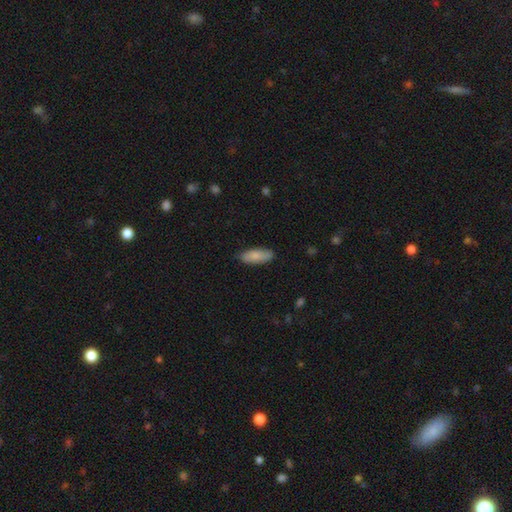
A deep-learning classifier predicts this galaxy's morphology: type=smooth (83%); roundness=in between (75%); merging=none (82%).